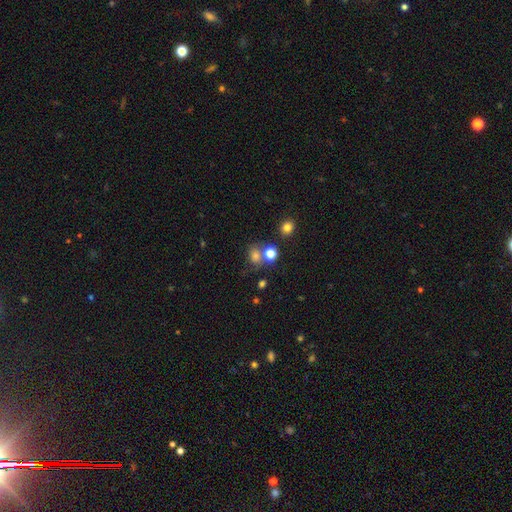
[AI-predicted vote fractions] Morphology: type=smooth (71%); roundness=round (67%); merging=none (52%).